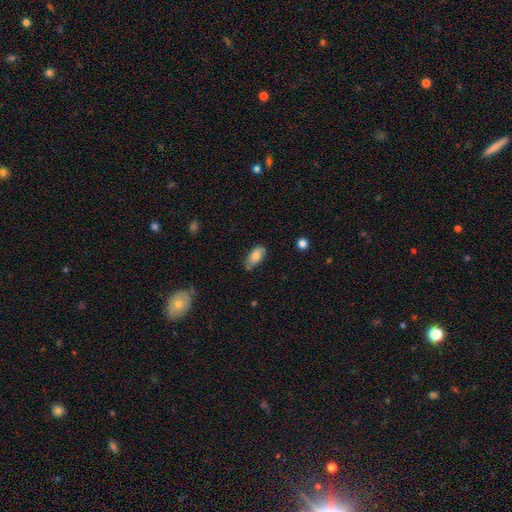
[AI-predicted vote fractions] Smooth or featured?
  - smooth: 78% *
  - featured or disk: 15%
  - star or artifact: 7%
How rounded?
  - in between: 90% *
  - cigar-shaped: 7%
  - round: 3%
Merging?
  - none: 72% *
  - minor disturbance: 21%
  - major disturbance: 4%
  - merger: 2%